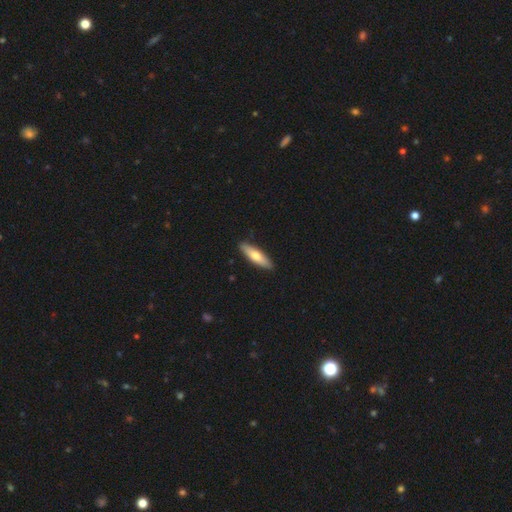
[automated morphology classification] This appears to be a smooth galaxy with no disk features (64%) that is cigar-shaped (66%). Merging: none (91%).